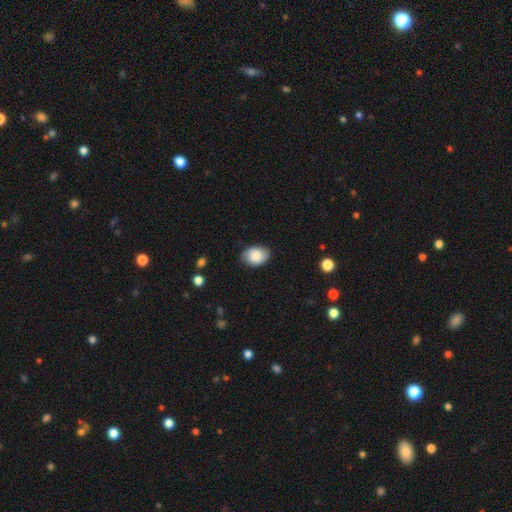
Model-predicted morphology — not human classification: This is likely a smooth galaxy (77%). How rounded: likely in between (69%). Merging: likely none (76%).